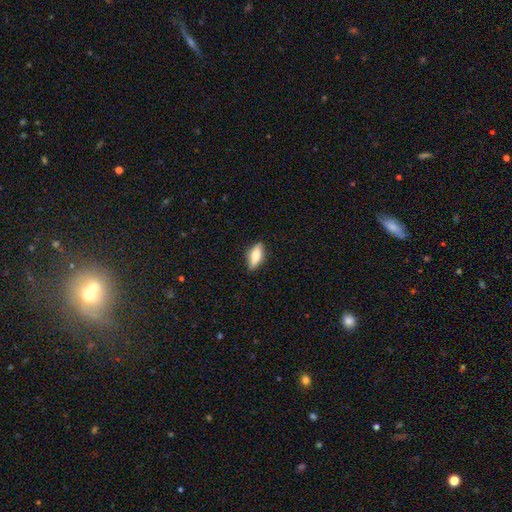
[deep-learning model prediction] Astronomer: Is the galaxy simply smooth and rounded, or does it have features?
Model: smooth — 71%.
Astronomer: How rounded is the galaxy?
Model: in between — 73%.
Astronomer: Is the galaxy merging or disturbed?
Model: none — 83%.